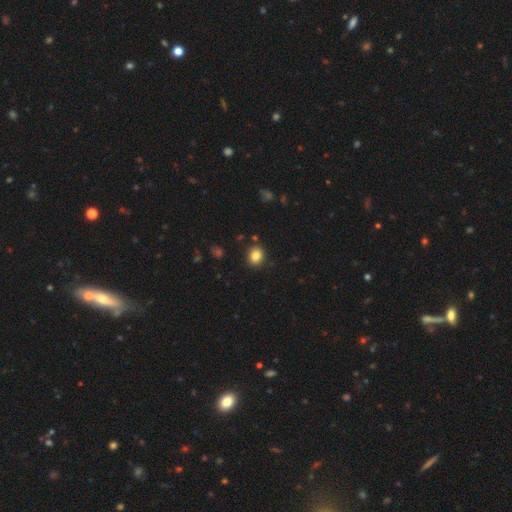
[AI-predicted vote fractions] This appears to be a smooth galaxy with no disk features (84%) that is round (63%). Merging: none (88%).